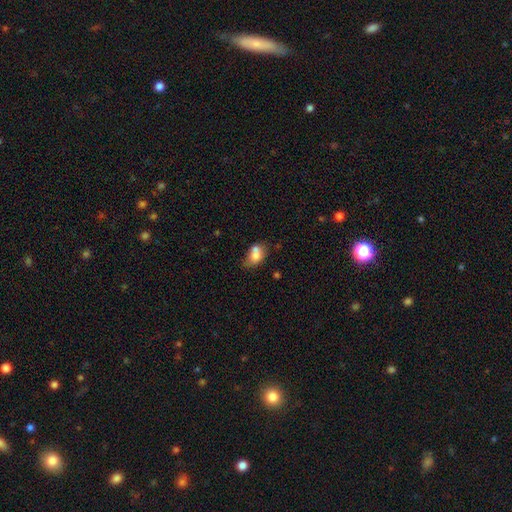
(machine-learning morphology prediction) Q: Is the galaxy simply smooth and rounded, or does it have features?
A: smooth — 72%.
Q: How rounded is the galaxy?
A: in between — 74%.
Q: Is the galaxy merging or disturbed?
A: merger — 48%.